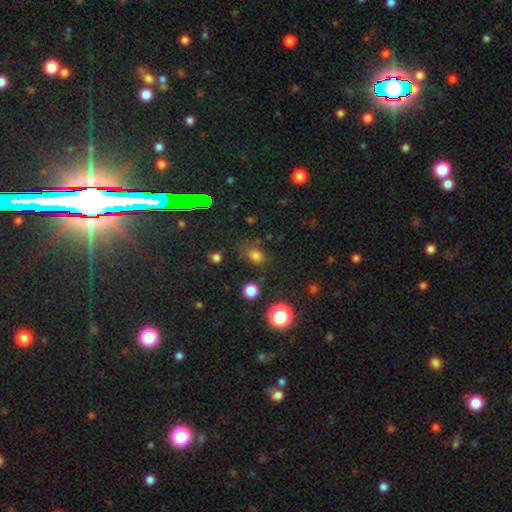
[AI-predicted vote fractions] smooth 73%, star or artifact 20%, featured or disk 7%. Down the decision tree: how rounded — in between (54%); merging — none (71%).